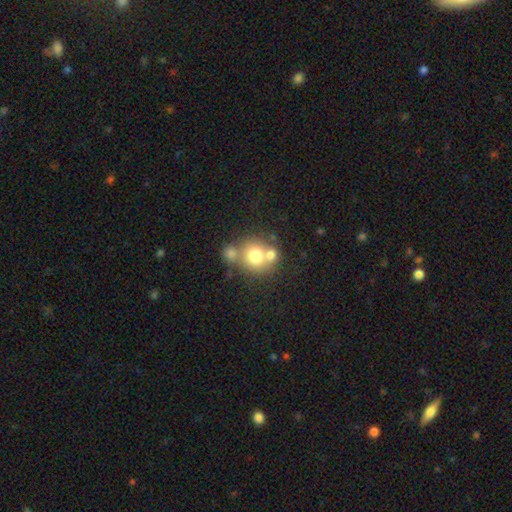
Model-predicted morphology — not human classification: Smooth or featured?
  - smooth: 70% *
  - featured or disk: 19%
  - star or artifact: 11%
How rounded?
  - round: 82% *
  - in between: 17%
  - cigar-shaped: 1%
Merging?
  - merger: 45% *
  - none: 42%
  - minor disturbance: 9%
  - major disturbance: 4%